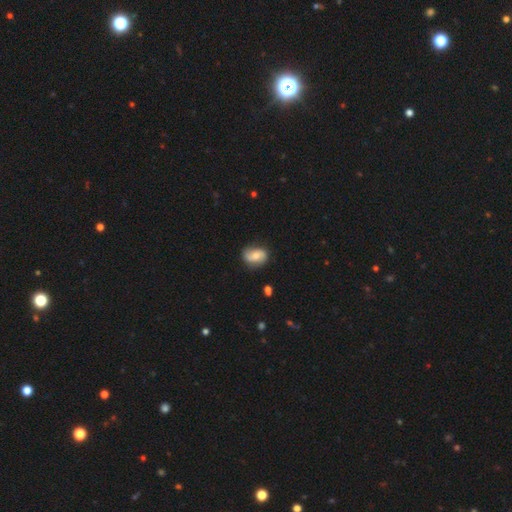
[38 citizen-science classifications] A smooth galaxy with no disk features (58%) that is in between round and cigar-shaped (73%). Merging: none (72%).